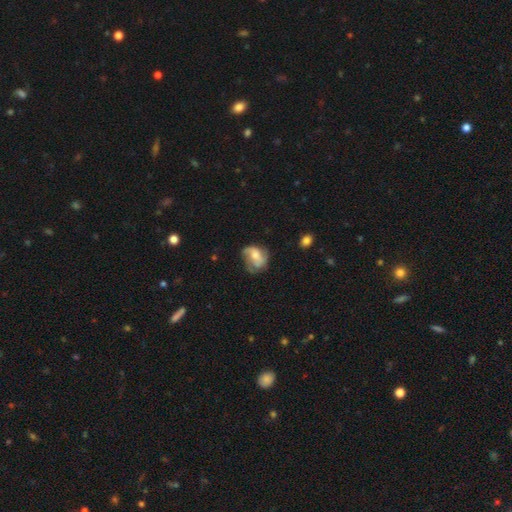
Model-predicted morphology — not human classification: featured or disk 51%, smooth 41%, star or artifact 8%. Down the decision tree: edge-on disk — no (97%); merging — none (44%).